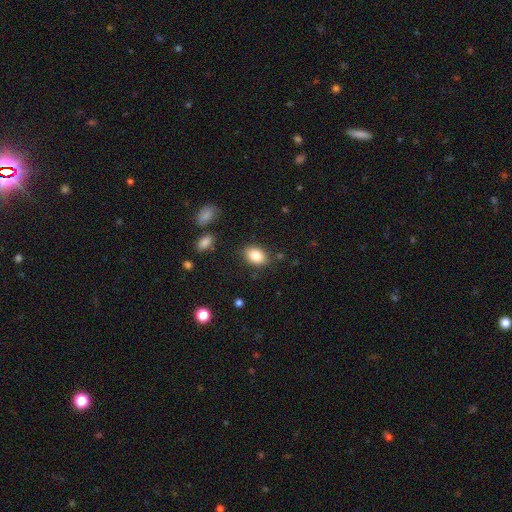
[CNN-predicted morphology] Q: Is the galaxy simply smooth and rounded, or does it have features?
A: smooth — 84%.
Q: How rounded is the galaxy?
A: in between — 83%.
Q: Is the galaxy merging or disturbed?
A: none — 84%.